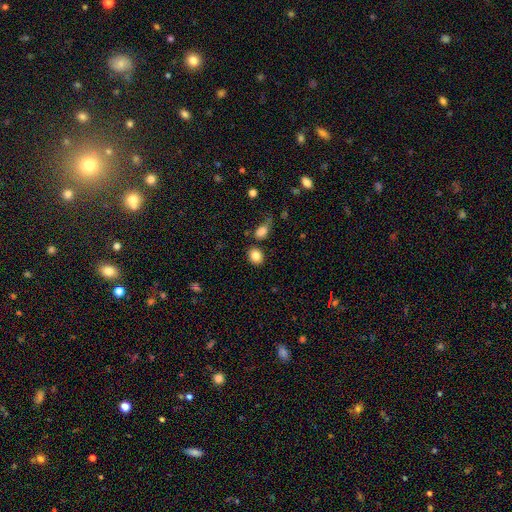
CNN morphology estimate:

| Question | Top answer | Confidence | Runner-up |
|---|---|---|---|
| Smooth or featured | smooth | 85% | star or artifact (9%) |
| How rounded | round | 60% | in between (39%) |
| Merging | none | 77% | minor disturbance (10%) |